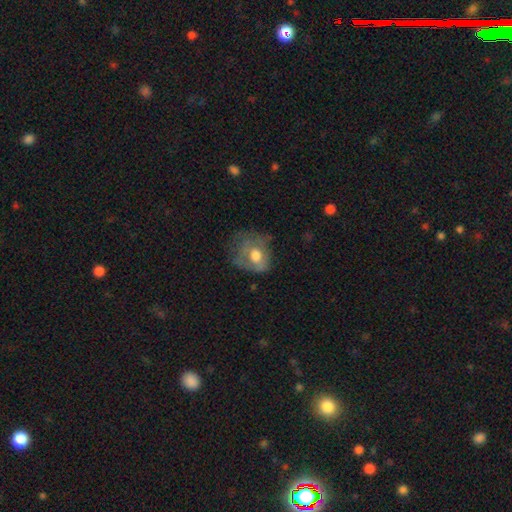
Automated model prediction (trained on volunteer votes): A smooth galaxy with no disk features (52%) that is round (55%). Merging: none (35%).